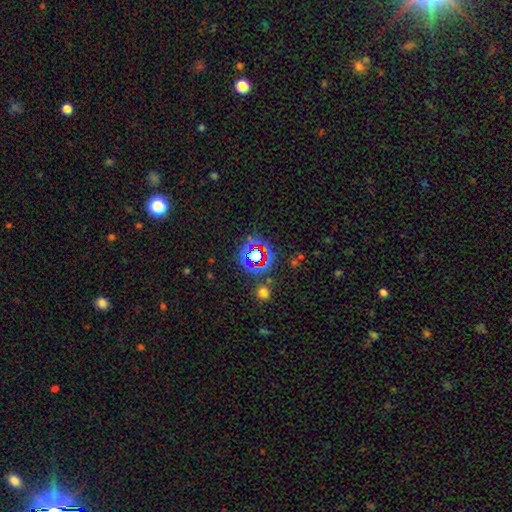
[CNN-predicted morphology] type=star or artifact (67%).